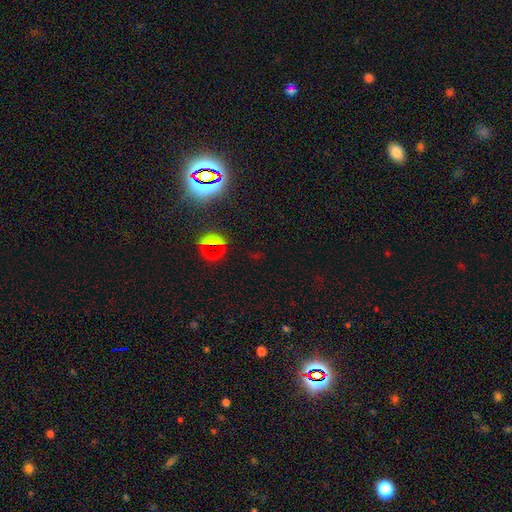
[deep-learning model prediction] This appears to be a star or artifact, not a galaxy (72%).